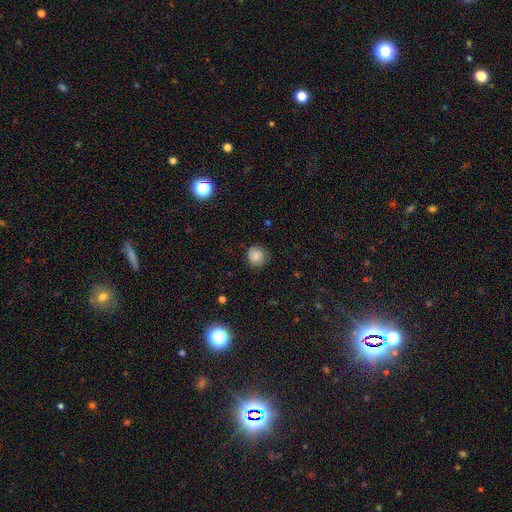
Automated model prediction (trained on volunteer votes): The model was most divided on "merging": none: 80%, minor disturbance: 15%, major disturbance: 3%, merger: 1%. More confident: how rounded — round (90%); smooth or featured — smooth (81%).